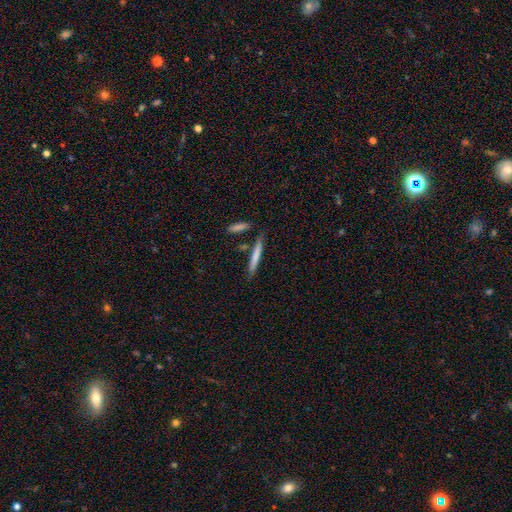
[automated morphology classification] Q: Smooth or featured?
A: smooth (71%); runner-up: featured or disk (23%)
Q: How rounded?
A: cigar-shaped (95%); runner-up: in between (4%)
Q: Merging?
A: none (80%); runner-up: minor disturbance (11%)